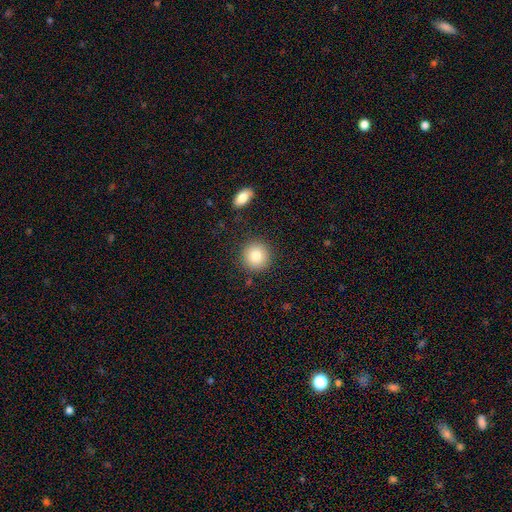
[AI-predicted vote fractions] This is clearly a smooth galaxy (84%). How rounded: clearly round (93%). Merging: clearly none (88%).